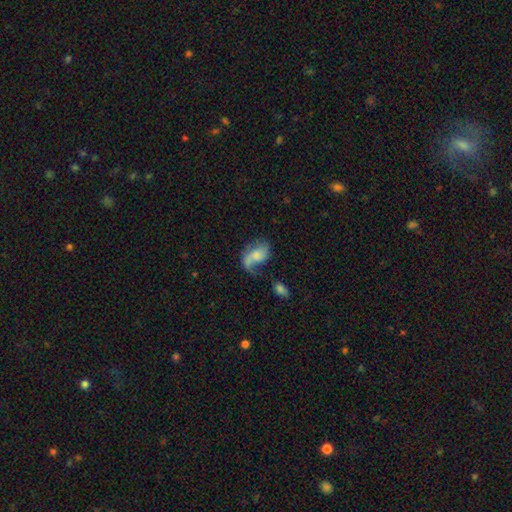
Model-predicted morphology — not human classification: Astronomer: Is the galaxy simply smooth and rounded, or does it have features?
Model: featured or disk — 52% (runner-up: smooth, 40%).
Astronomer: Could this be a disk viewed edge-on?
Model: no — 97%.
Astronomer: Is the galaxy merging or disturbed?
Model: major disturbance — 37% (runner-up: none, 31%).